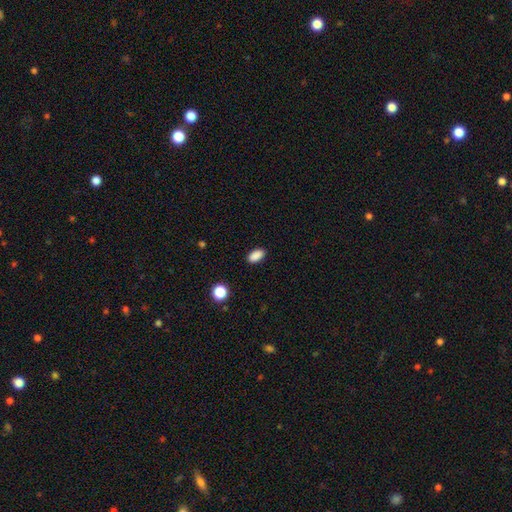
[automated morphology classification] Overall: smooth (88%). How rounded: in between (90%). Merging: none (89%).